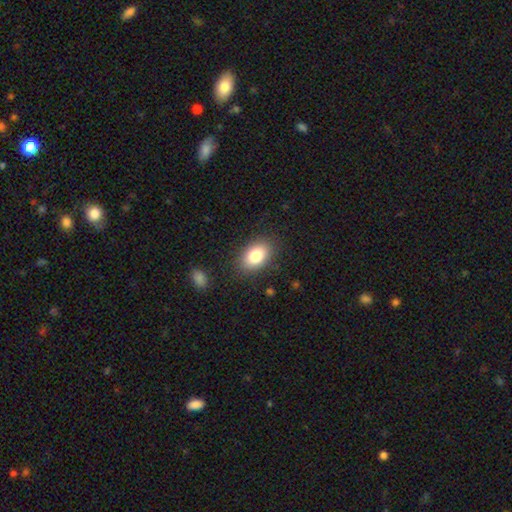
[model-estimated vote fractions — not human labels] Smooth or featured? Predicted: smooth (p=0.82). How rounded? Predicted: in between (p=0.86). Merging? Predicted: none (p=0.85).